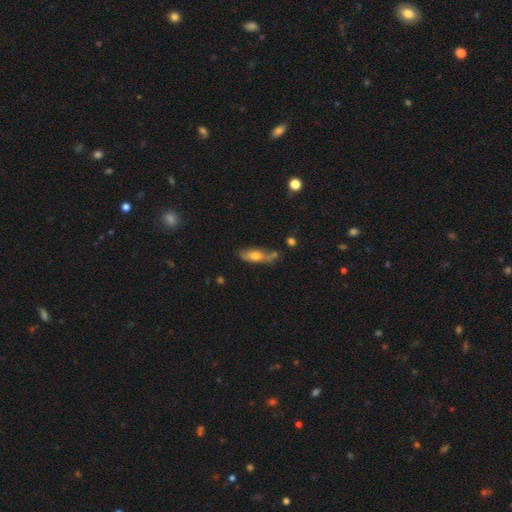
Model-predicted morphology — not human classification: smooth 61%, featured or disk 31%, star or artifact 8%. Down the decision tree: how rounded — in between (52%); merging — none (50%).